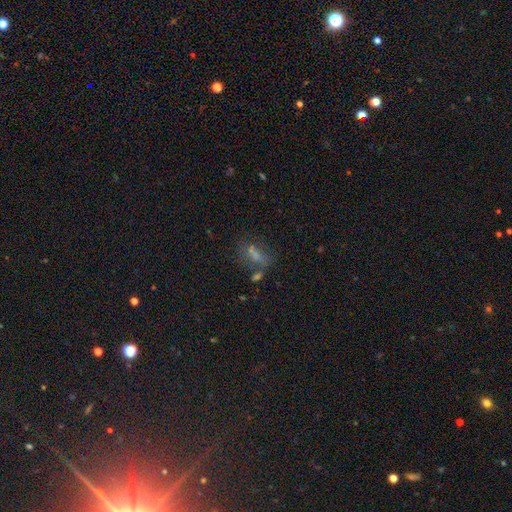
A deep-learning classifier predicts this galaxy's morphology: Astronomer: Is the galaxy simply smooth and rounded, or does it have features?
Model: smooth — 45% (runner-up: star or artifact, 30%).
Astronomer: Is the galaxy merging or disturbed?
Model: none — 55%.